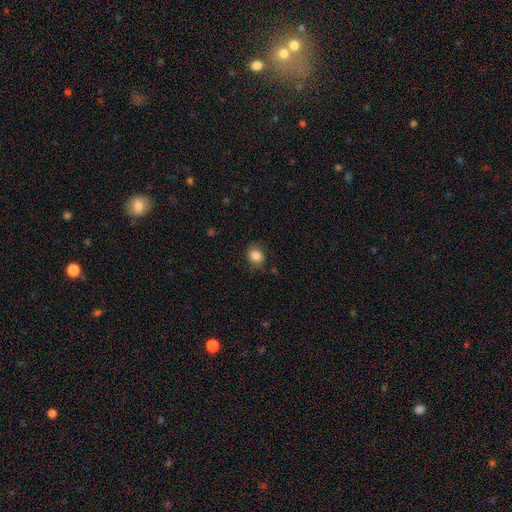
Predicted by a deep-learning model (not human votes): Smooth or featured?
  - smooth: 85% *
  - star or artifact: 10%
  - featured or disk: 6%
How rounded?
  - round: 67% *
  - in between: 32%
  - cigar-shaped: 1%
Merging?
  - none: 81% *
  - minor disturbance: 14%
  - major disturbance: 3%
  - merger: 1%